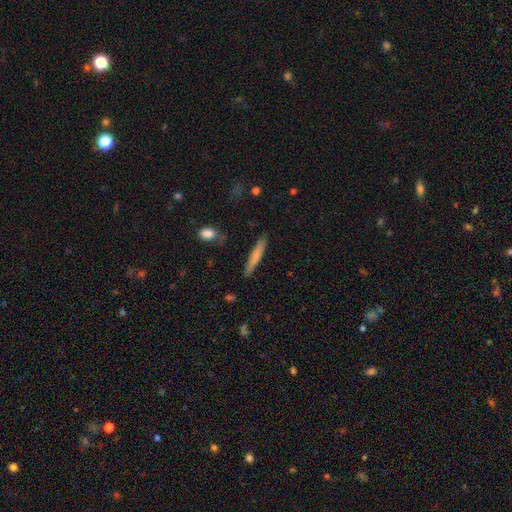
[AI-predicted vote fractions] A smooth galaxy with no disk features (71%) that is cigar-shaped (93%). Merging: none (86%).